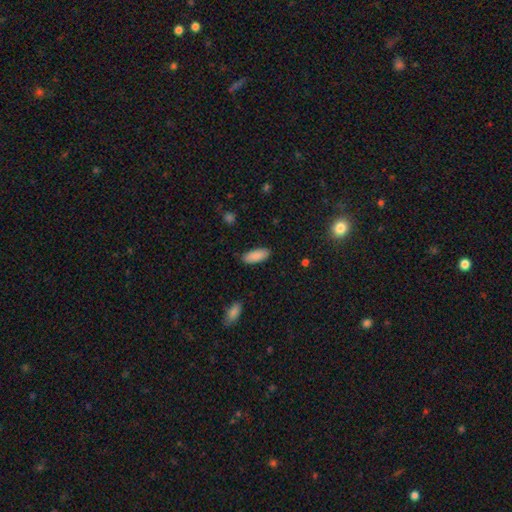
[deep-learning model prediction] Morphology: type=smooth (89%); roundness=in between (82%); merging=none (87%).